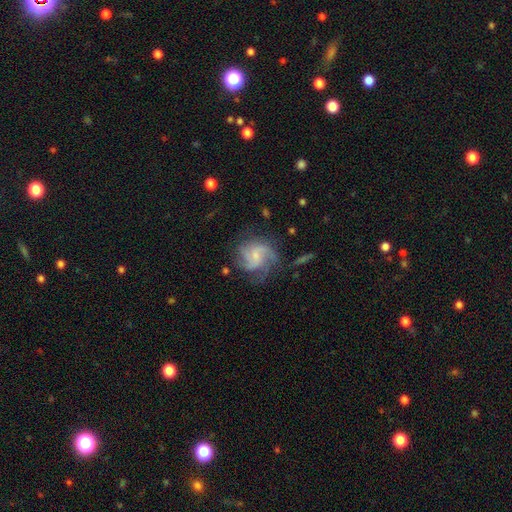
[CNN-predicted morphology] Smooth or featured? featured or disk (78%)
Edge-on disk? no (98%)
Bar? no (55%)
Spiral arms? yes (95%)
Spiral winding? medium (49%)
Spiral arm count? 3 (39%)
Bulge size? small (60%)
Merging? none (64%)